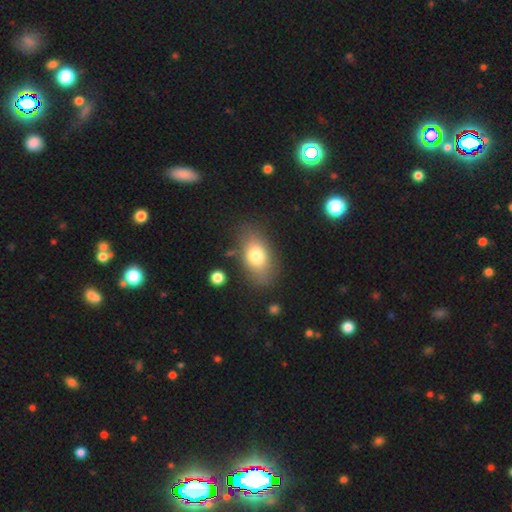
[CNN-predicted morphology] Smooth or featured? smooth (74%)
How rounded? in between (85%)
Merging? none (75%)